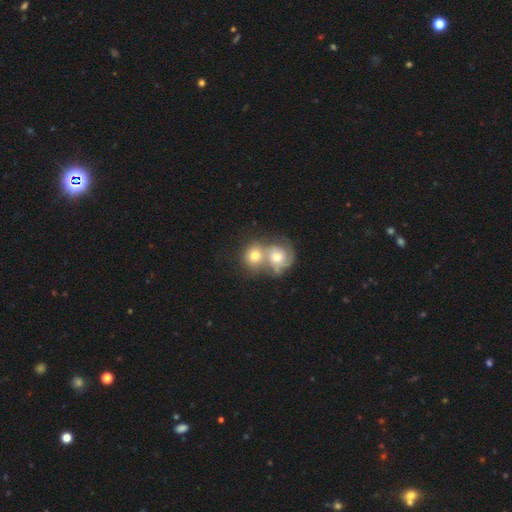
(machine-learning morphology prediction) smooth_or_featured: smooth (p=0.49) [alt: featured or disk p=0.41]
merging: merger (p=0.65) [alt: none p=0.25]